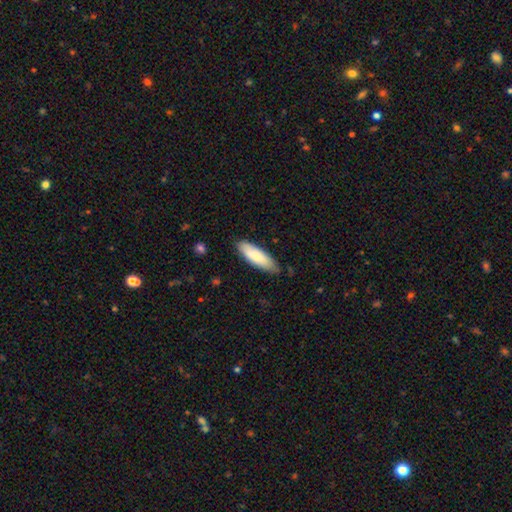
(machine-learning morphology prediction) type=smooth (84%); roundness=in between (52%); merging=none (79%).